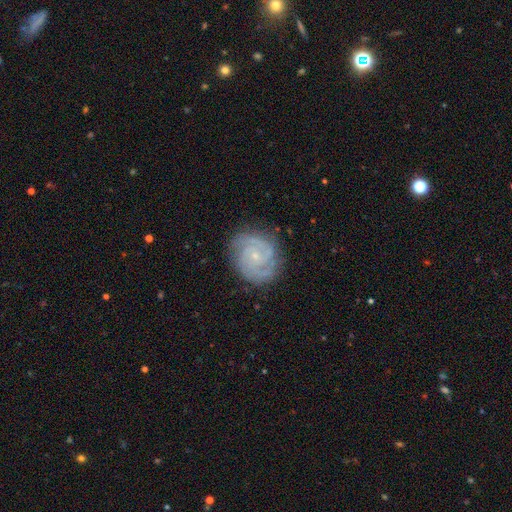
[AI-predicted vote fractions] Smooth or featured? Predicted: featured or disk (p=0.88). Edge-on disk? Predicted: no (p=0.98). Bar? Predicted: no (p=0.71). Spiral arms? Predicted: yes (p=0.98). Spiral winding? Predicted: tight (p=0.67). Spiral arm count? Predicted: 2 (p=0.43). Bulge size? Predicted: small (p=0.83). Merging? Predicted: none (p=0.83).